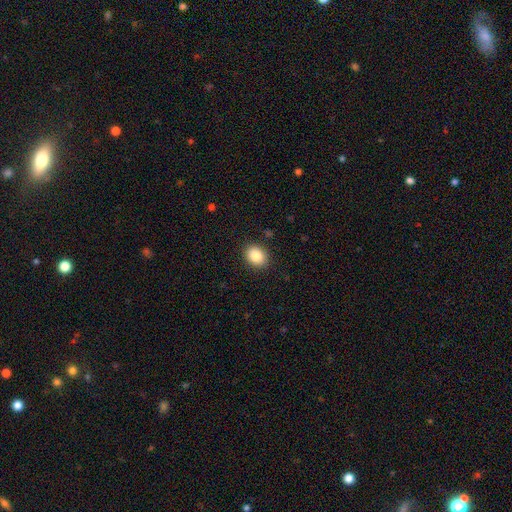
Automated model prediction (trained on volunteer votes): This appears to be a smooth galaxy with no disk features (87%) that is in between round and cigar-shaped (55%). Merging: none (89%).